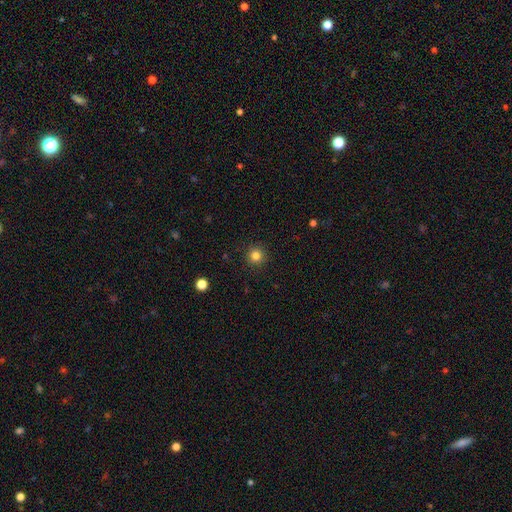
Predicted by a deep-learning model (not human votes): Morphology: type=smooth (82%); roundness=round (95%); merging=none (92%).